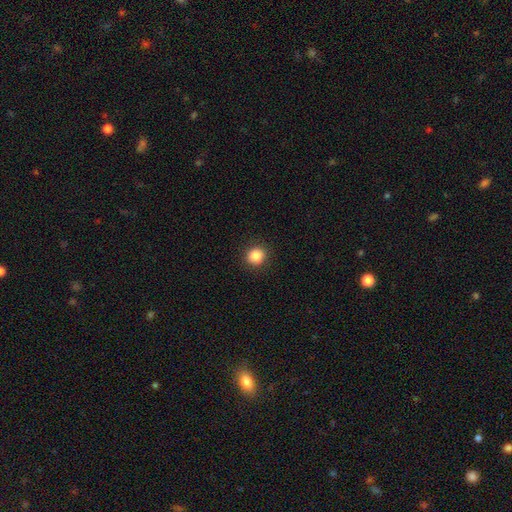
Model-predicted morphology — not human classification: Smooth or featured? Predicted: smooth (p=0.86). How rounded? Predicted: round (p=0.88). Merging? Predicted: none (p=0.91).